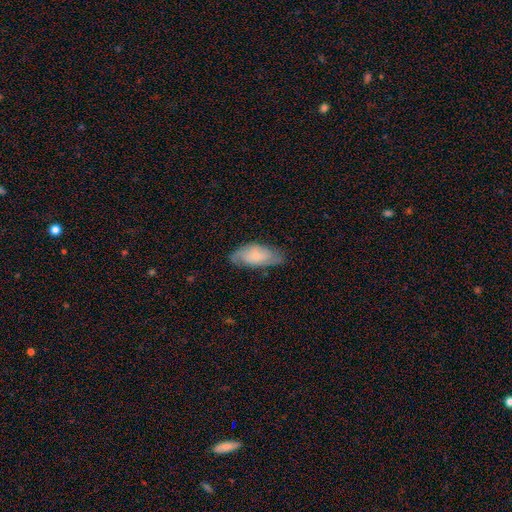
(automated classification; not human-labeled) smooth 55%, featured or disk 38%, star or artifact 7%. Down the decision tree: how rounded — in between (86%); merging — none (70%).